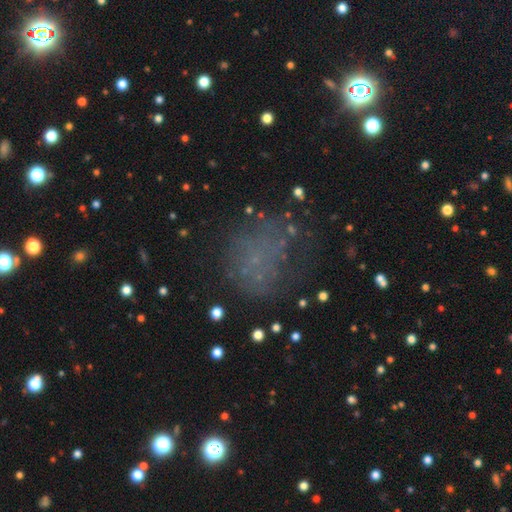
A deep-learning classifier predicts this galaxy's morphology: smooth_or_featured: smooth (p=0.43) [tied with: star or artifact p=0.43]
merging: none (p=0.58) [alt: minor disturbance p=0.21]